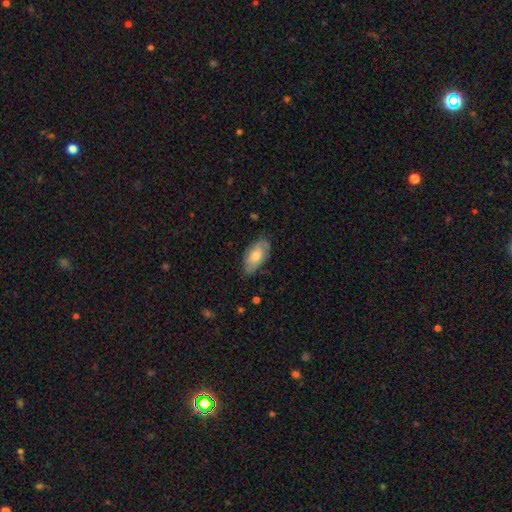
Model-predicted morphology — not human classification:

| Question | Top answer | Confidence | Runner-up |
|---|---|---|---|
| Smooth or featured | smooth | 52% | featured or disk (41%) |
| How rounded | in between | 92% | cigar-shaped (5%) |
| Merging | none | 73% | minor disturbance (22%) |